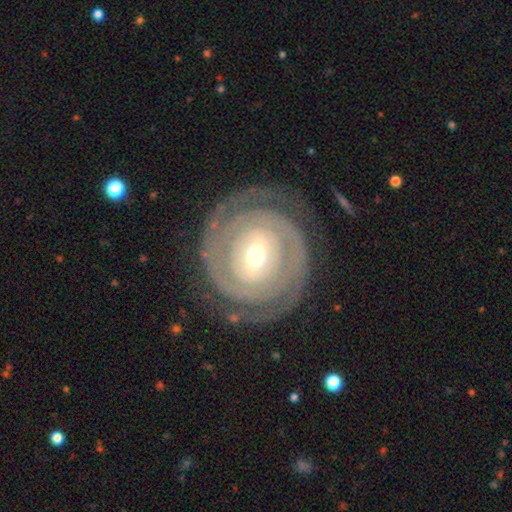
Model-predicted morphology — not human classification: A featured or disk galaxy (90%) with a weak bar (38%), 2 (71%) tight (86%) spiral arms (96%) and a moderate central bulge (49%). Merging: none (83%).